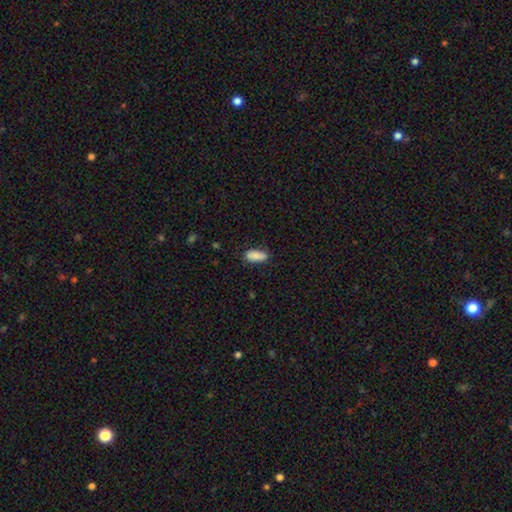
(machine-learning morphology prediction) The model was most divided on "merging": none: 78%, minor disturbance: 17%, major disturbance: 3%, merger: 2%. More confident: smooth or featured — smooth (87%); how rounded — in between (82%).